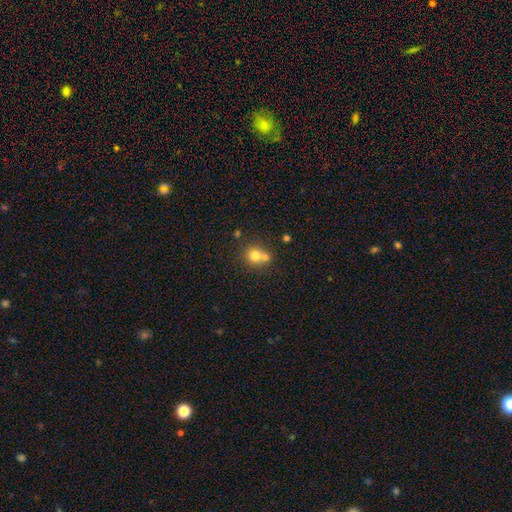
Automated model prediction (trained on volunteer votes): A smooth galaxy with no disk features (74%) that is round (81%). Merging: merger (47%).